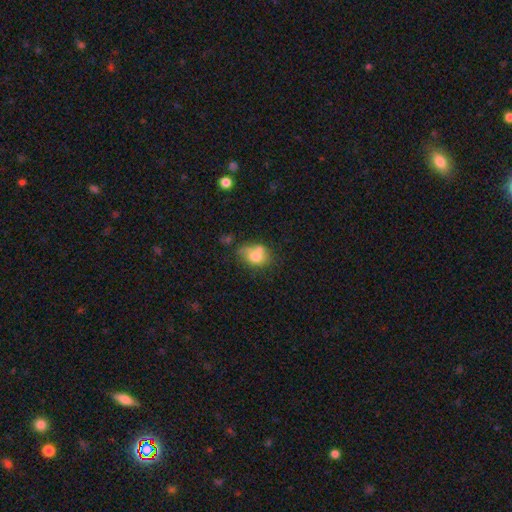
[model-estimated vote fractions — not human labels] The model was most divided on "merging": none: 36%, merger: 34%, minor disturbance: 20%, major disturbance: 10%. More confident: smooth or featured — smooth (70%); how rounded — in between (63%).